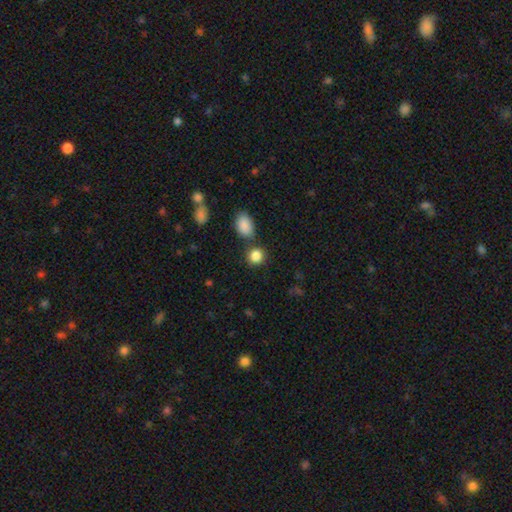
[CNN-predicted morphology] type=smooth (86%); roundness=round (80%); merging=none (73%).